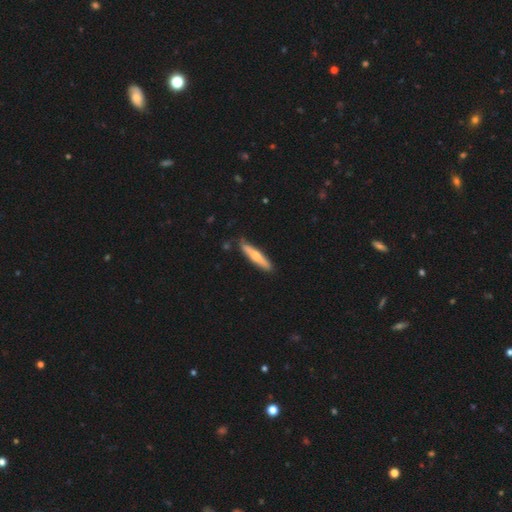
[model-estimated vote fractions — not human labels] A smooth galaxy with no disk features (50%) that is cigar-shaped (88%). Merging: none (85%).